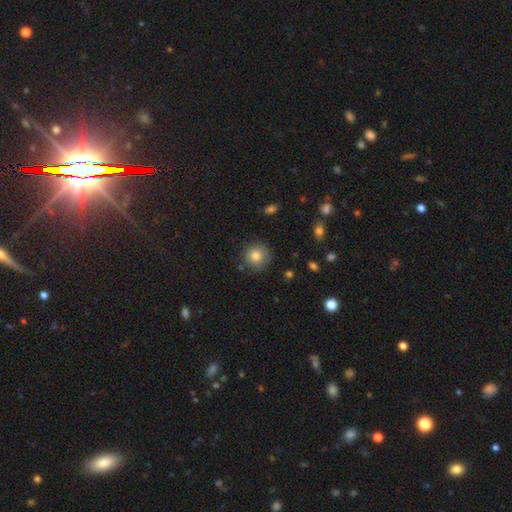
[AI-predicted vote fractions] Q: Smooth or featured?
A: smooth (82%); runner-up: star or artifact (9%)
Q: How rounded?
A: round (94%); runner-up: in between (6%)
Q: Merging?
A: none (83%); runner-up: minor disturbance (12%)